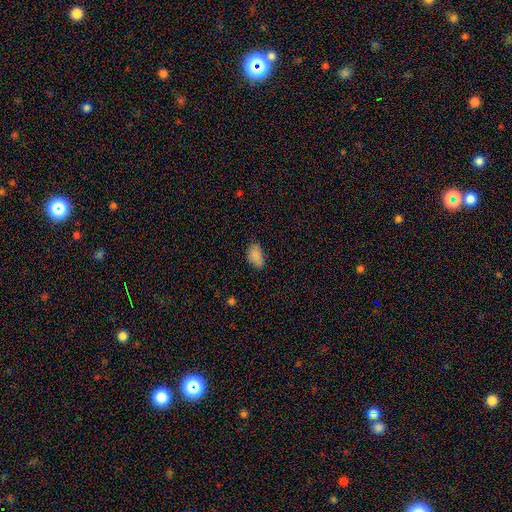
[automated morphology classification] This is clearly a smooth galaxy (85%). How rounded: clearly in between (91%). Merging: likely none (68%).